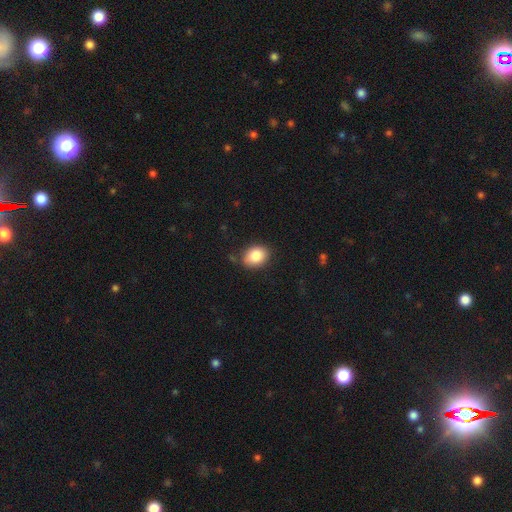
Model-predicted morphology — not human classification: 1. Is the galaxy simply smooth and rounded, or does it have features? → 85% smooth, 8% star or artifact, 7% featured or disk.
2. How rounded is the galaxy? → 65% in between, 34% round, 1% cigar-shaped.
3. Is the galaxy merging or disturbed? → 82% none, 13% minor disturbance, 3% major disturbance, 2% merger.